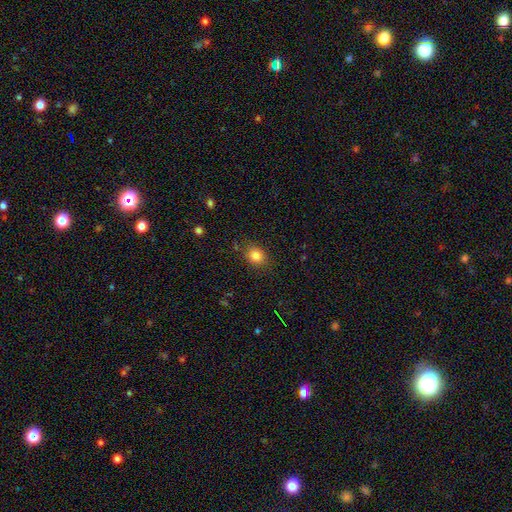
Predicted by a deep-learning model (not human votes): Smooth or featured?
  - smooth: 83% *
  - star or artifact: 11%
  - featured or disk: 6%
How rounded?
  - round: 66% *
  - in between: 33%
  - cigar-shaped: 1%
Merging?
  - none: 82% *
  - minor disturbance: 13%
  - major disturbance: 4%
  - merger: 2%